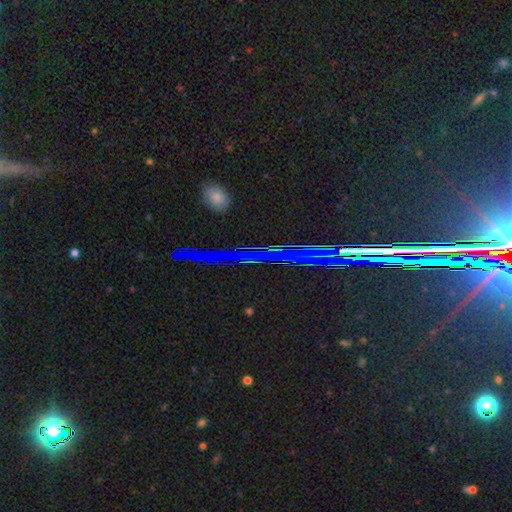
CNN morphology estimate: The model was most divided on "smooth or featured": star or artifact: 79%, featured or disk: 12%, smooth: 8%.